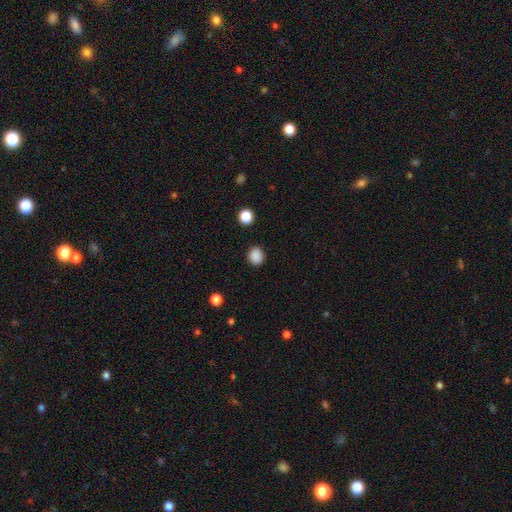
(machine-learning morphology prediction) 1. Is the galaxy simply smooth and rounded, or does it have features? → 87% smooth, 11% star or artifact, 3% featured or disk.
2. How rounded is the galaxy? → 80% round, 19% in between, 1% cigar-shaped.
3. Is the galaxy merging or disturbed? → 89% none, 7% minor disturbance, 2% major disturbance, 1% merger.